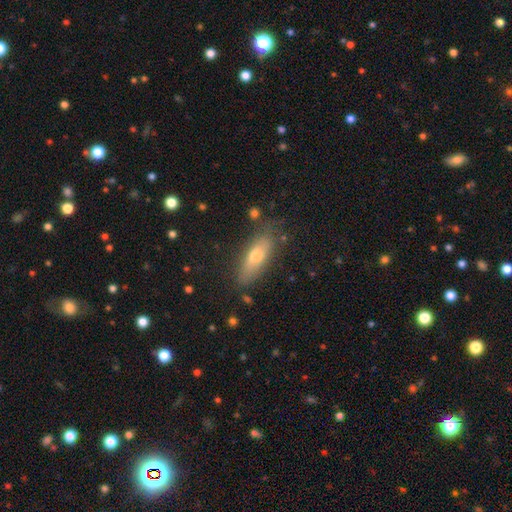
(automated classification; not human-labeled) Overall: smooth (62%; featured or disk 31%). How rounded: in between (57%; cigar-shaped 40%). Merging: none (78%).